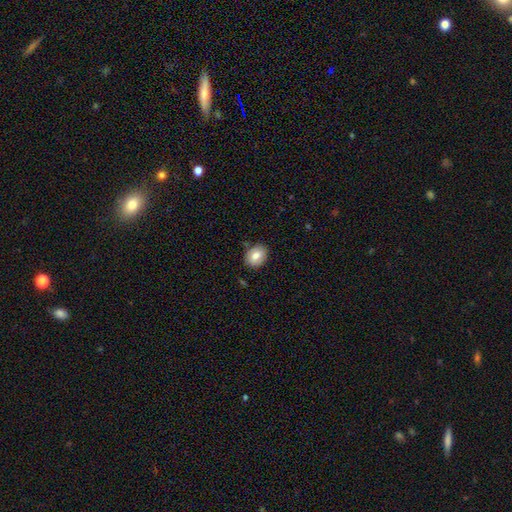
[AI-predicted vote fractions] The model was most divided on "how rounded": in between: 53%, round: 46%, cigar-shaped: 1%. More confident: merging — none (83%); smooth or featured — smooth (80%).